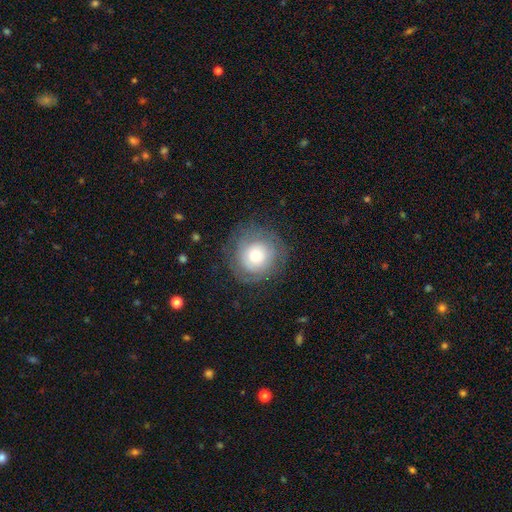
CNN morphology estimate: A smooth galaxy with no disk features (57%) that is round (93%). Merging: none (79%).